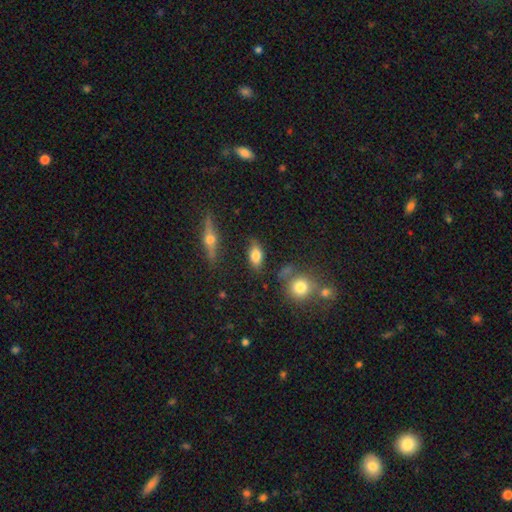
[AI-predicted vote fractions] smooth-or-featured: smooth: 71% | featured or disk: 20% | star or artifact: 9%
  how-rounded: in between: 85% | round: 8% | cigar-shaped: 8%
  merging: none: 78% | minor disturbance: 14% | merger: 4% | major disturbance: 4%